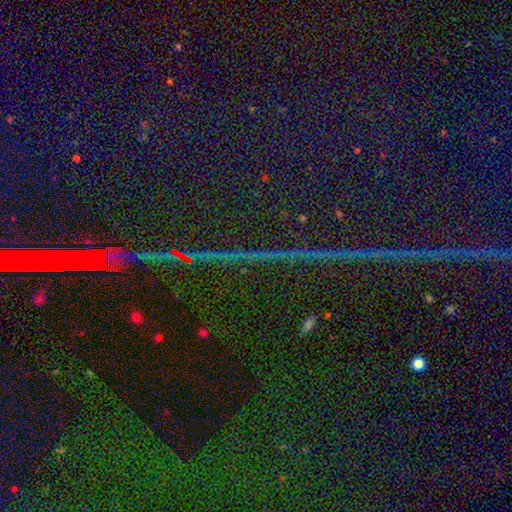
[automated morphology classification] A star or artifact, not a galaxy (89%).

Vote fractions:
- Smooth or featured? star or artifact: 89% / featured or disk: 6% / smooth: 5%